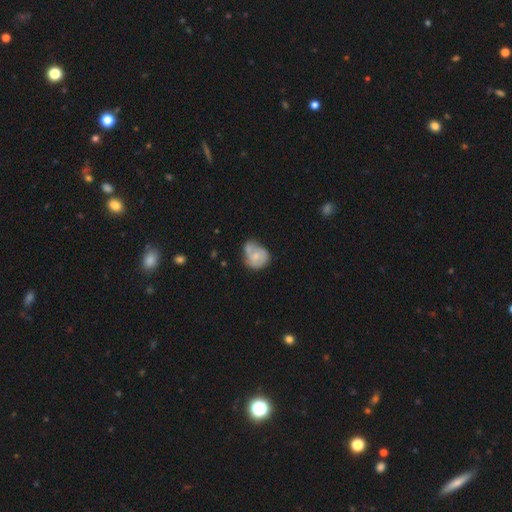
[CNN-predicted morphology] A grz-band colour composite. It shows a smooth galaxy with no disk features (51%) that is round (57%). Merging: none (33%, tied with minor disturbance).